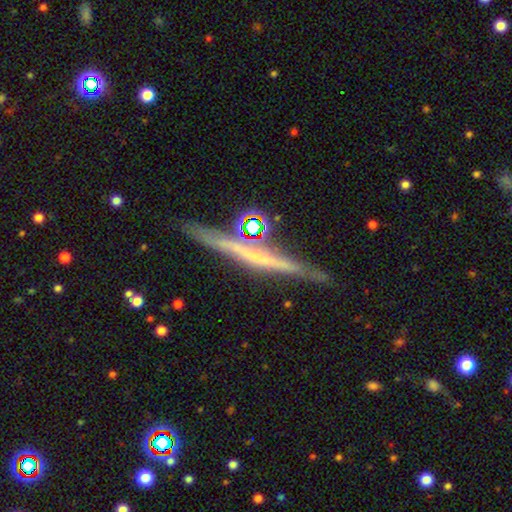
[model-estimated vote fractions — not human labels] A featured or disk galaxy (66%) viewed edge-on (95%) with no central bulge (66%).

Vote fractions:
- Smooth or featured? featured or disk: 66% / smooth: 25% / star or artifact: 9%
- Edge-on disk? yes: 95% / no: 5%
- Edge-on bulge? none: 66% / rounded: 24% / boxy: 10%
- Merging? none: 77% / minor disturbance: 13% / merger: 6% / major disturbance: 4%